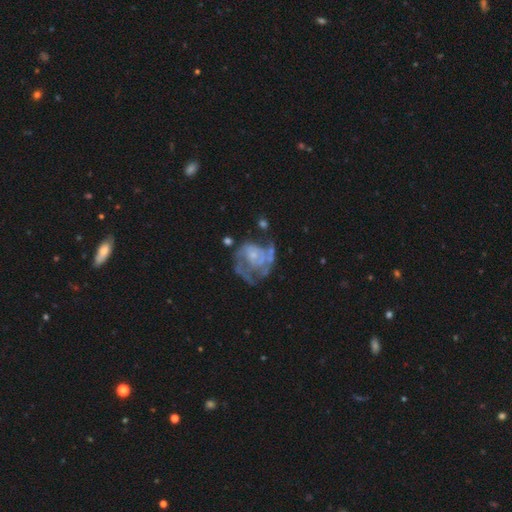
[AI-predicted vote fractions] Smooth or featured? Predicted: featured or disk (p=0.82). Edge-on disk? Predicted: no (p=0.98). Bar? Predicted: no (p=0.74). Spiral arms? Predicted: yes (p=0.82). Spiral winding? Predicted: tight (p=0.41). Spiral arm count? Predicted: 2 (p=0.42). Bulge size? Predicted: small (p=0.56). Merging? Predicted: none (p=0.43).